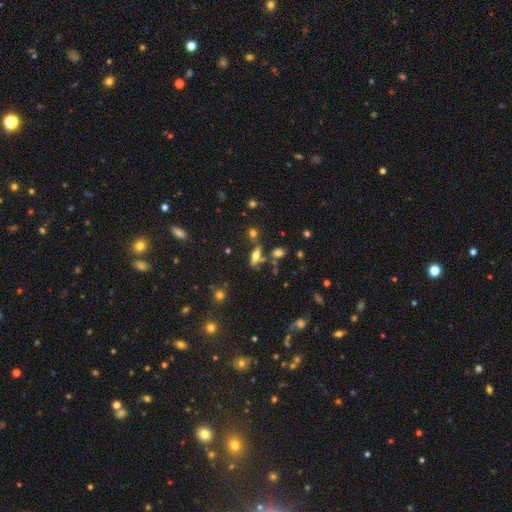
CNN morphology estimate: smooth_or_featured: smooth (p=0.49) [alt: featured or disk p=0.36]
merging: none (p=0.60) [alt: merger p=0.19]